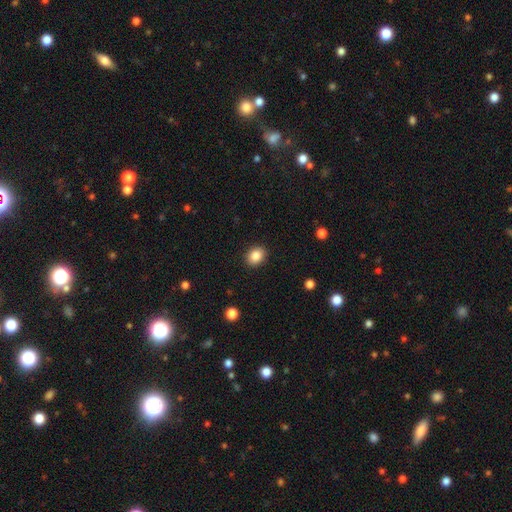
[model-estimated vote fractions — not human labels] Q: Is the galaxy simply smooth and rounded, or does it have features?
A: smooth — 86%.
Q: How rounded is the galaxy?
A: in between — 56%.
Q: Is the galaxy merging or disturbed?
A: none — 90%.